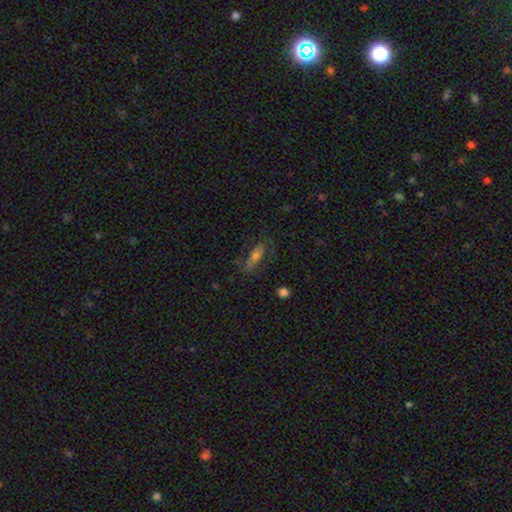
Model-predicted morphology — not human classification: Q: Smooth or featured?
A: smooth (52%); runner-up: featured or disk (38%)
Q: How rounded?
A: in between (54%); runner-up: cigar-shaped (42%)
Q: Merging?
A: none (68%); runner-up: minor disturbance (20%)